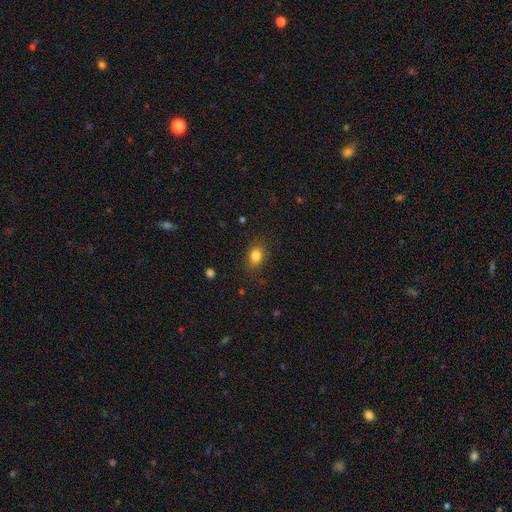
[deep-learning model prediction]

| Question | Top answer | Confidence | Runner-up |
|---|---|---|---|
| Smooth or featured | smooth | 84% | star or artifact (10%) |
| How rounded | in between | 62% | round (37%) |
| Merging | none | 83% | minor disturbance (12%) |